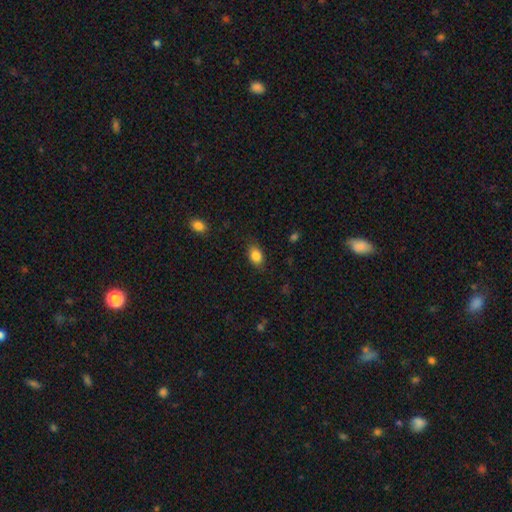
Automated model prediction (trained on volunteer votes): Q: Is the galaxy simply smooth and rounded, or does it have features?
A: smooth — 85%.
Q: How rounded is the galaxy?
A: in between — 79%.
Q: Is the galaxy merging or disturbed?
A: none — 82%.